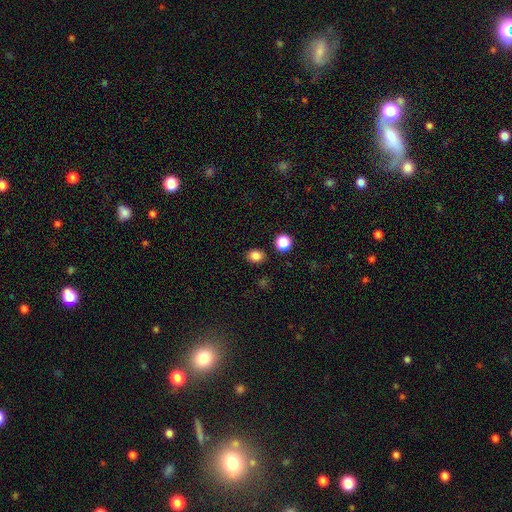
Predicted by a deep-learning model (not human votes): This appears to be a smooth galaxy with no disk features (84%) that is round (54%). Merging: none (87%).